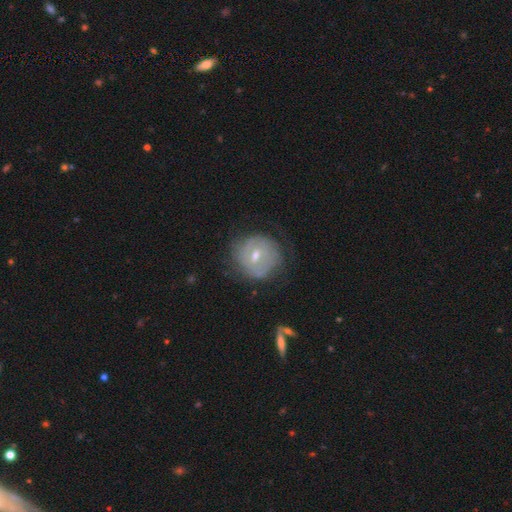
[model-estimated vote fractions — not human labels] featured or disk 60%, smooth 30%, star or artifact 9%. Down the decision tree: edge-on disk — no (96%); bar — weak (50%); spiral arms — yes (64%); bulge size — moderate (50%); merging — none (70%).